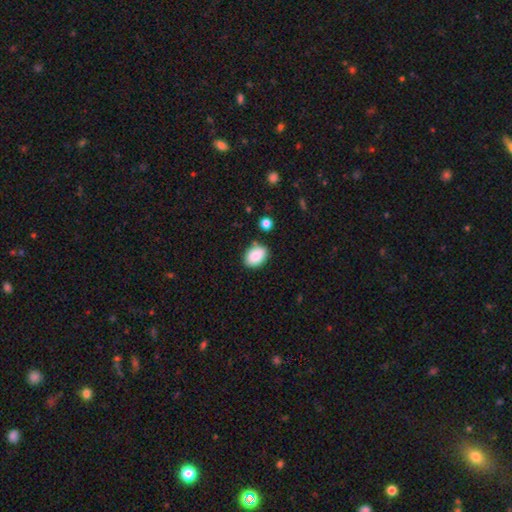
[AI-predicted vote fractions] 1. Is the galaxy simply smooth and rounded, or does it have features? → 88% smooth, 7% star or artifact, 5% featured or disk.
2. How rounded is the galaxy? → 82% in between, 17% round, 1% cigar-shaped.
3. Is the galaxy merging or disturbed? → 80% none, 13% minor disturbance, 4% merger, 3% major disturbance.